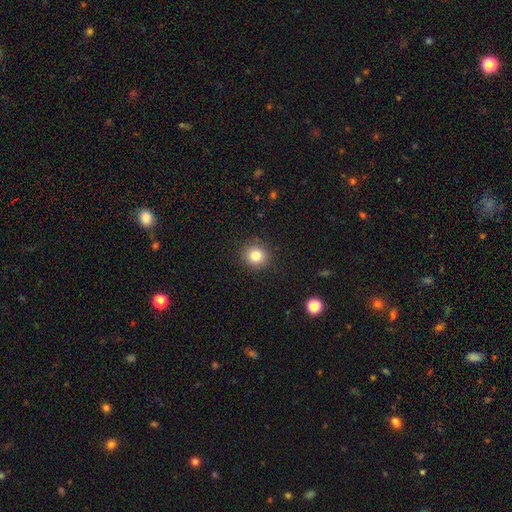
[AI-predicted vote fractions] Morphology: type=smooth (81%); roundness=round (89%); merging=none (90%).